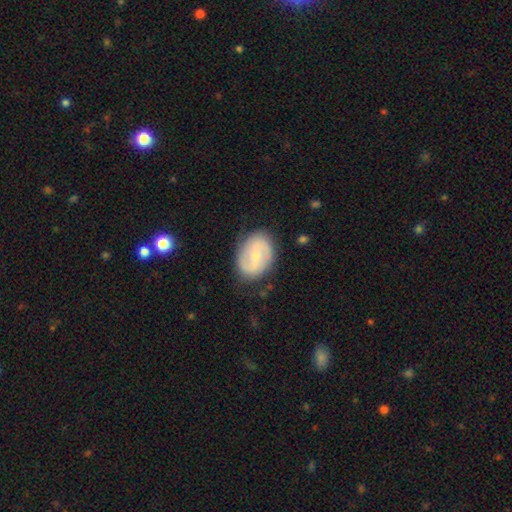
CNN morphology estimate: A featured or disk galaxy (62%) with a weak bar (51%), 2 (82%) medium (44%) spiral arms (83%) and a small central bulge (54%). Merging: none (79%).